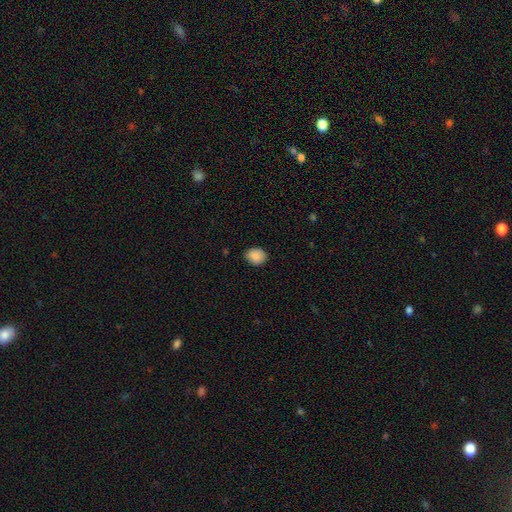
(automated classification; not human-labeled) This is clearly a smooth galaxy (88%). How rounded: possibly round (52%). Merging: clearly none (83%).